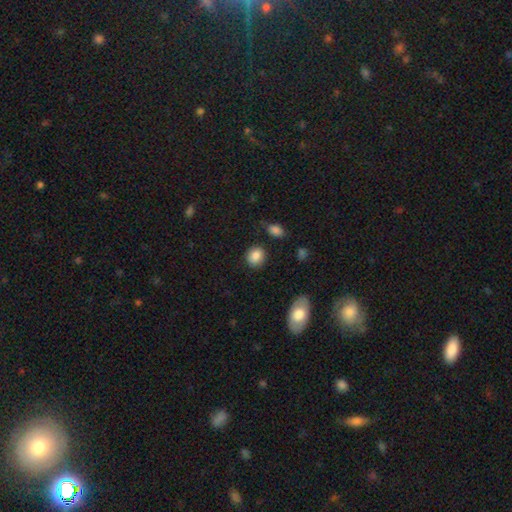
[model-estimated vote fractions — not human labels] Smooth or featured? smooth (86%)
How rounded? round (65%)
Merging? none (84%)